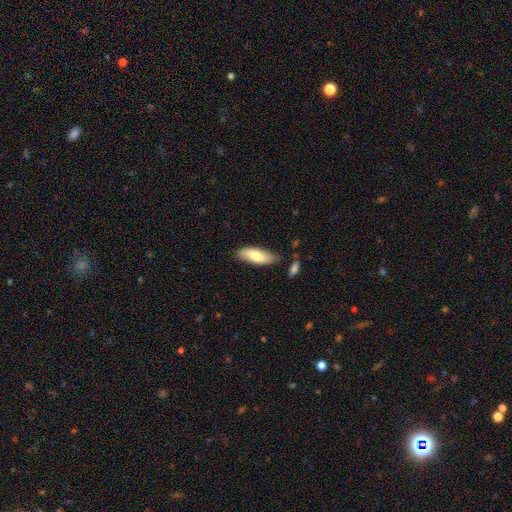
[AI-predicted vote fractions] Morphology: type=smooth (72%); roundness=in between (67%); merging=none (77%).